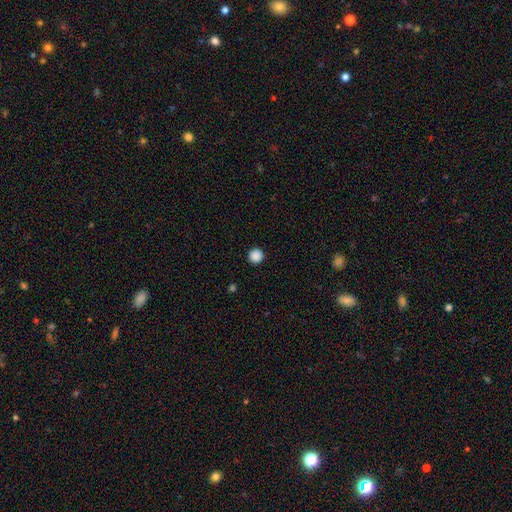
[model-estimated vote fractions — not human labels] Smooth or featured?
  - smooth: 88% *
  - star or artifact: 10%
  - featured or disk: 2%
How rounded?
  - round: 96% *
  - in between: 3%
  - cigar-shaped: 1%
Merging?
  - none: 93% *
  - minor disturbance: 5%
  - major disturbance: 2%
  - merger: 1%